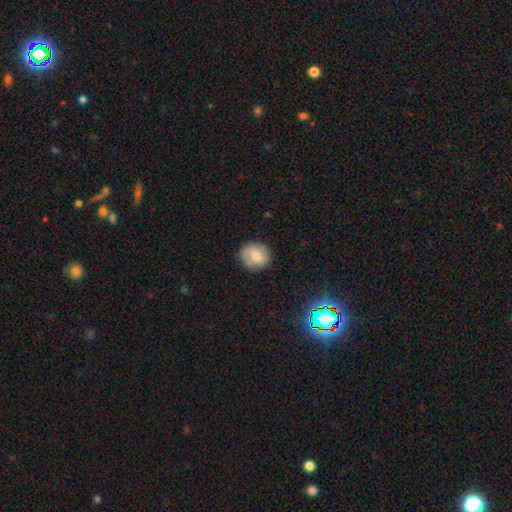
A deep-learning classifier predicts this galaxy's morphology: Smooth or featured? Predicted: smooth (p=0.69). How rounded? Predicted: round (p=0.85). Merging? Predicted: none (p=0.82).